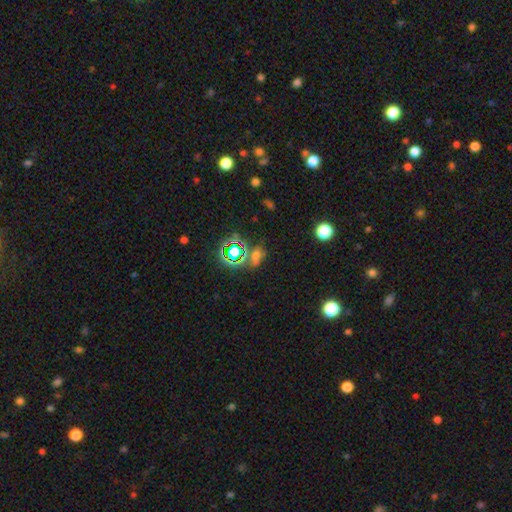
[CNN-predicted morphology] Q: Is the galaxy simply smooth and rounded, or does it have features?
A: star or artifact — 50%.